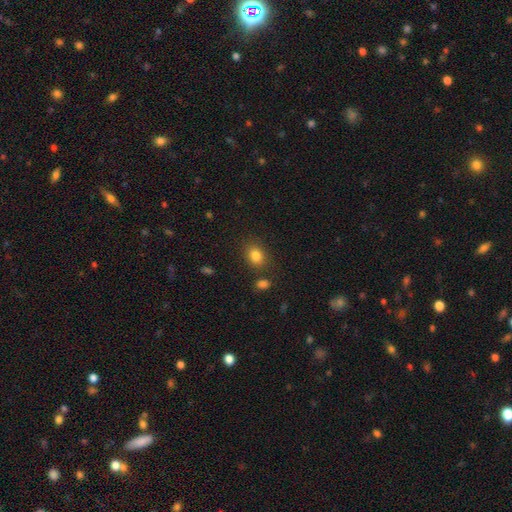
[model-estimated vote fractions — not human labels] Morphology: type=smooth (83%); roundness=in between (58%); merging=none (79%).